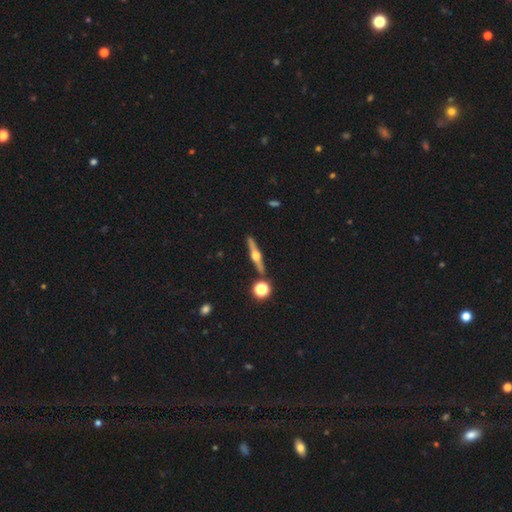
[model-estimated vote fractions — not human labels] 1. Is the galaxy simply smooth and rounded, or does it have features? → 75% featured or disk, 18% smooth, 7% star or artifact.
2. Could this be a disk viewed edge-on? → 97% yes, 3% no.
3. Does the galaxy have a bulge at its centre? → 96% rounded, 2% boxy, 2% none.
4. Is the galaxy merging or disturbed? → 87% none, 7% minor disturbance, 4% merger, 2% major disturbance.